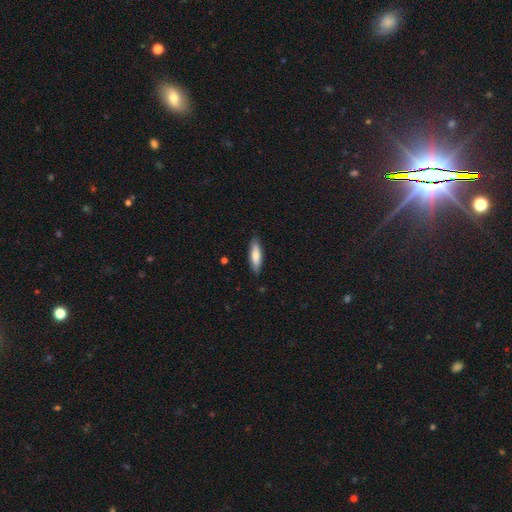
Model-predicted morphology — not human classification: smooth 75%, featured or disk 19%, star or artifact 5%. Down the decision tree: how rounded — cigar-shaped (62%); merging — none (87%).